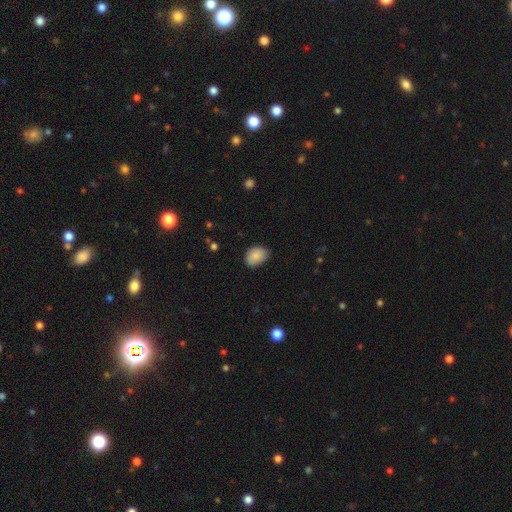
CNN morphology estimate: The model was most divided on "how rounded": in between: 72%, round: 27%, cigar-shaped: 1%. More confident: smooth or featured — smooth (86%); merging — none (78%).